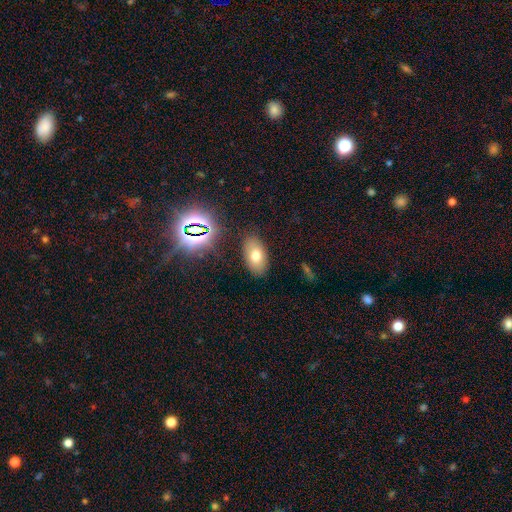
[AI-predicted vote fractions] Morphology: type=smooth (70%); roundness=in between (92%); merging=none (84%).